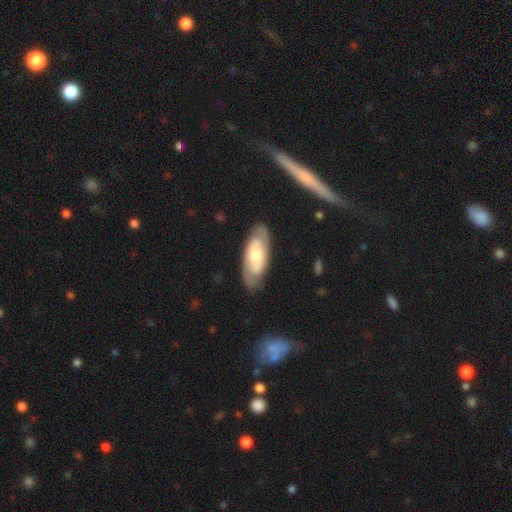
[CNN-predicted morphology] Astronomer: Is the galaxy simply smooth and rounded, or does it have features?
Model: featured or disk — 53% (runner-up: smooth, 42%).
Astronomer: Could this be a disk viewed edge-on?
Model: no — 86%.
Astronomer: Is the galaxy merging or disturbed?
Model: none — 80%.